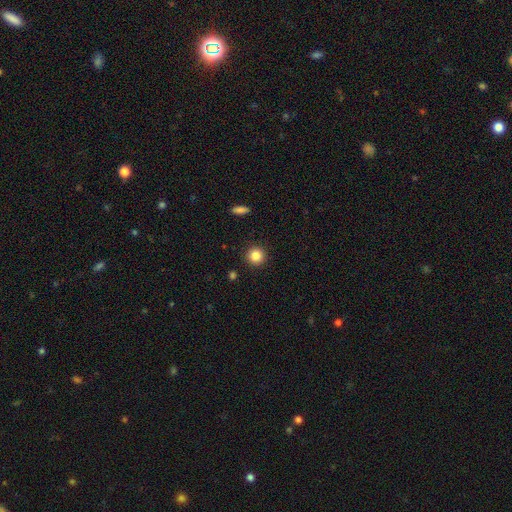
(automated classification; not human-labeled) smooth-or-featured: smooth: 84% | star or artifact: 10% | featured or disk: 5%
  how-rounded: round: 94% | in between: 5% | cigar-shaped: 1%
  merging: none: 92% | minor disturbance: 5% | major disturbance: 2% | merger: 1%